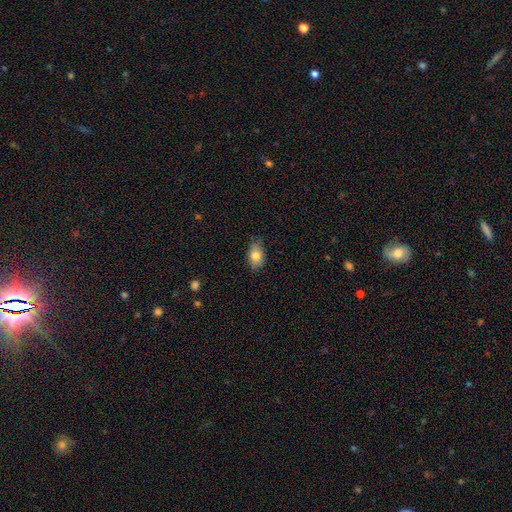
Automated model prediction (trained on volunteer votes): Morphology: type=smooth (81%); roundness=in between (84%); merging=none (72%).